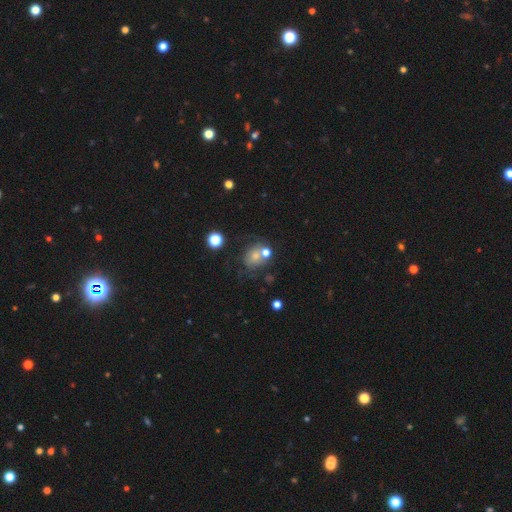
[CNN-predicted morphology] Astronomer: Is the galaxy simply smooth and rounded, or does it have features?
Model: smooth — 62%.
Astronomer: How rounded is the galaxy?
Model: round — 55% (runner-up: in between, 44%).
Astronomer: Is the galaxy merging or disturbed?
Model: none — 44% (runner-up: merger, 24%).